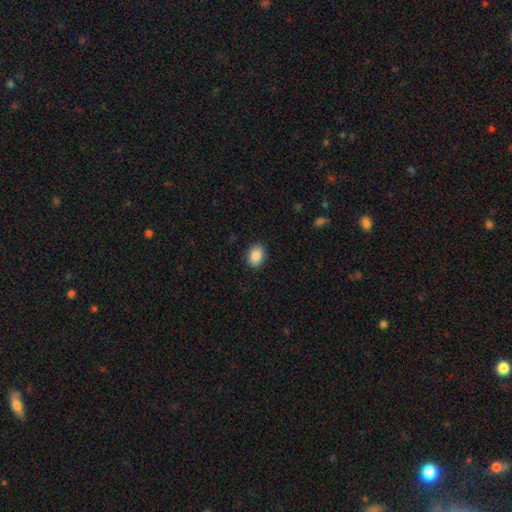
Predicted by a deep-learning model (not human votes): Morphology: type=smooth (89%); roundness=in between (66%); merging=none (89%).